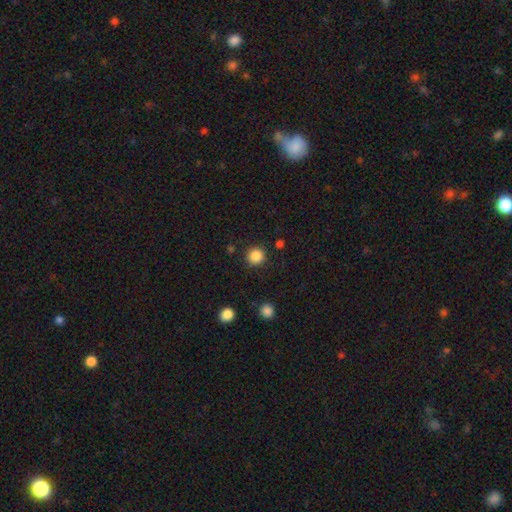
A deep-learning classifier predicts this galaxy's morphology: Smooth or featured? smooth (86%)
How rounded? round (95%)
Merging? none (90%)